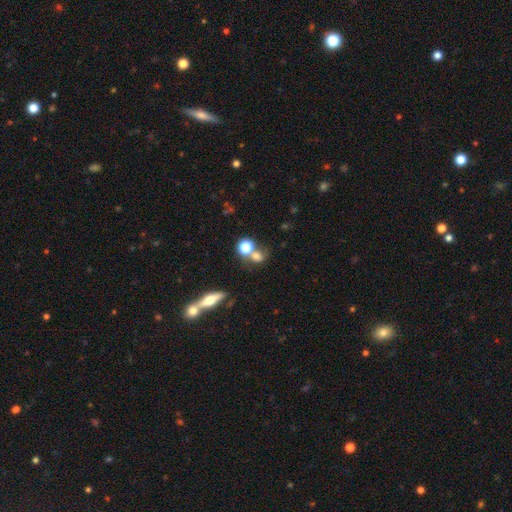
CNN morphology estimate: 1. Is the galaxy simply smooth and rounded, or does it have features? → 68% smooth, 17% star or artifact, 15% featured or disk.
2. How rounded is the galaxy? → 68% round, 29% in between, 3% cigar-shaped.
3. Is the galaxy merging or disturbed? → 44% none, 39% merger, 10% minor disturbance, 6% major disturbance.